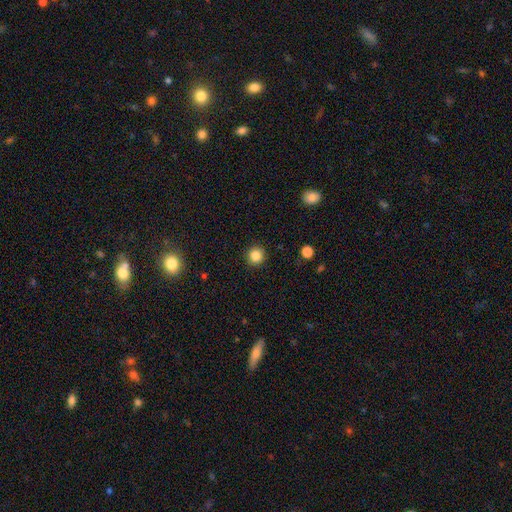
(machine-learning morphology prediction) Smooth or featured?
  - smooth: 85% *
  - star or artifact: 11%
  - featured or disk: 4%
How rounded?
  - round: 94% *
  - in between: 5%
  - cigar-shaped: 1%
Merging?
  - none: 92% *
  - minor disturbance: 5%
  - major disturbance: 2%
  - merger: 1%